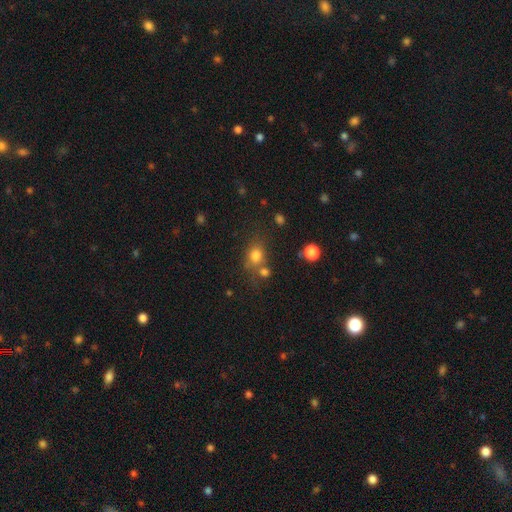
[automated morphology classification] A smooth galaxy with no disk features (77%) that is round (51%).

Vote fractions:
- Smooth or featured? smooth: 77% / star or artifact: 14% / featured or disk: 9%
- How rounded? round: 51% / in between: 48% / cigar-shaped: 2%
- Merging? none: 55% / merger: 22% / minor disturbance: 16% / major disturbance: 8%